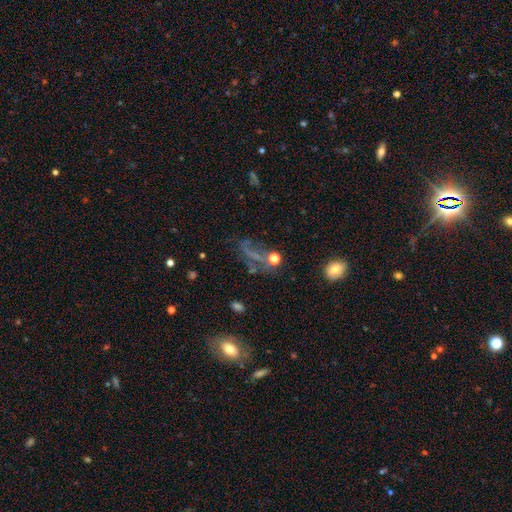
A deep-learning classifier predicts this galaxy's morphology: A featured or disk galaxy (37%).

Vote fractions:
- Smooth or featured? featured or disk: 37% / star or artifact: 33% / smooth: 30%
- Merging? none: 43% / major disturbance: 30% / minor disturbance: 16% / merger: 10%